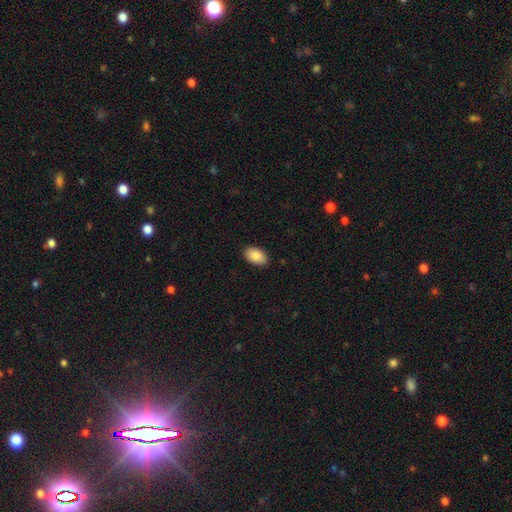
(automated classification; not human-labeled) A smooth galaxy with no disk features (89%) that is in between round and cigar-shaped (94%). Merging: none (89%).